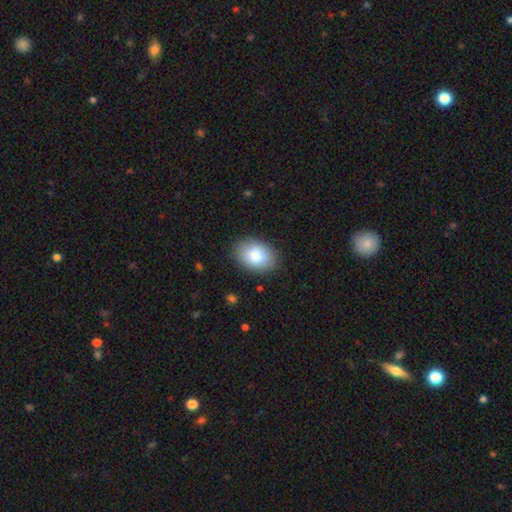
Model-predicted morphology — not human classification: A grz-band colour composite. It shows a smooth galaxy with no disk features (86%) that is in between round and cigar-shaped (84%). Merging: none (86%).